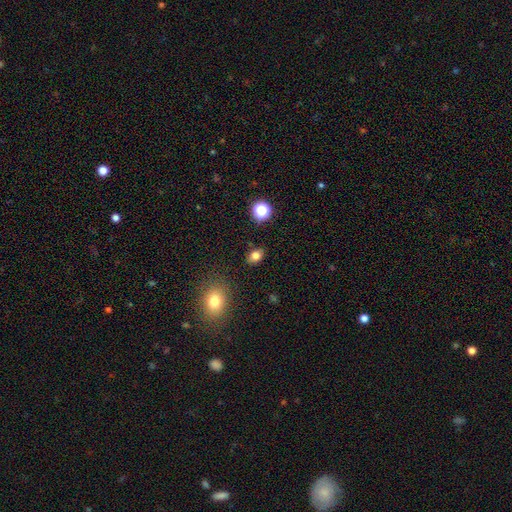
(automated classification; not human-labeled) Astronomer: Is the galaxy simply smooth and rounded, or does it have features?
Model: smooth — 79%.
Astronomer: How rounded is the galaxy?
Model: in between — 73%.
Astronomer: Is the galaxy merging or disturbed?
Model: none — 85%.